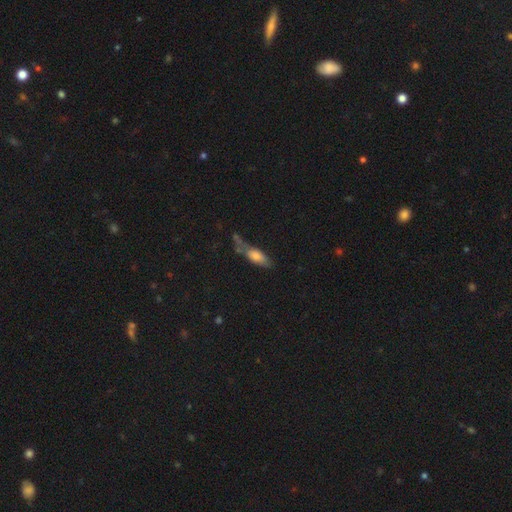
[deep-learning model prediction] Smooth or featured: smooth — 67% (featured or disk — 24%)
How rounded: in between — 57% (cigar-shaped — 40%)
Merging: none — 38% (minor disturbance — 28%)